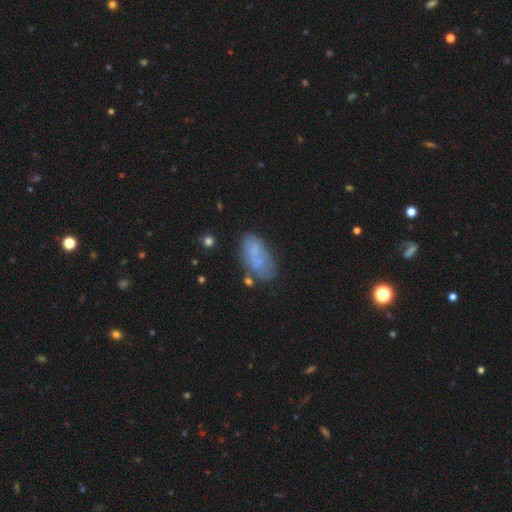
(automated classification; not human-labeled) smooth_or_featured: smooth (p=0.57) [alt: featured or disk p=0.33]
how_rounded: in between (p=0.92) [alt: cigar-shaped p=0.04]
merging: none (p=0.50) [alt: minor disturbance p=0.24]